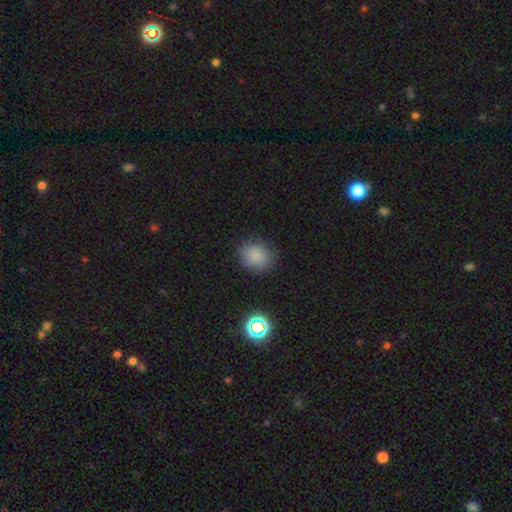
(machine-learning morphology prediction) Smooth or featured: smooth — 83% (star or artifact — 12%)
How rounded: round — 71% (in between — 28%)
Merging: none — 83% (minor disturbance — 12%)